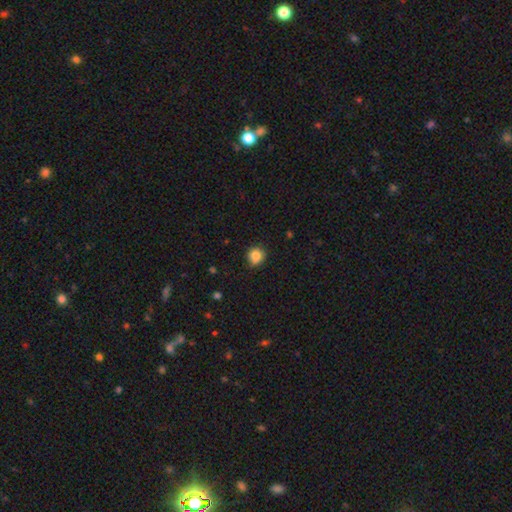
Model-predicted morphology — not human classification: smooth-or-featured: smooth: 84% | star or artifact: 10% | featured or disk: 5%
  how-rounded: round: 86% | in between: 13% | cigar-shaped: 1%
  merging: none: 80% | minor disturbance: 16% | major disturbance: 3% | merger: 1%